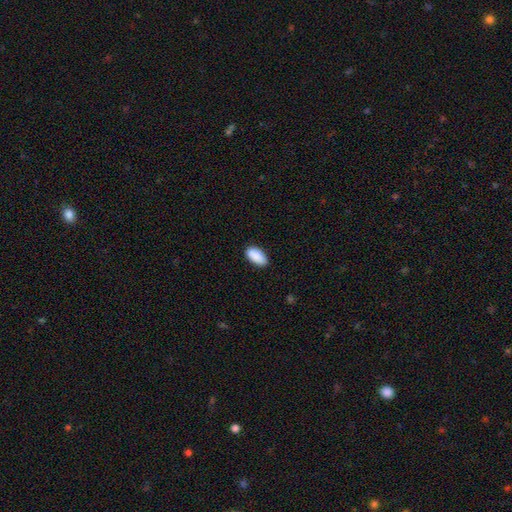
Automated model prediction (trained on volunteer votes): smooth_or_featured: smooth (p=0.90) [alt: star or artifact p=0.06]
how_rounded: in between (p=0.95) [alt: round p=0.03]
merging: none (p=0.82) [alt: minor disturbance p=0.14]